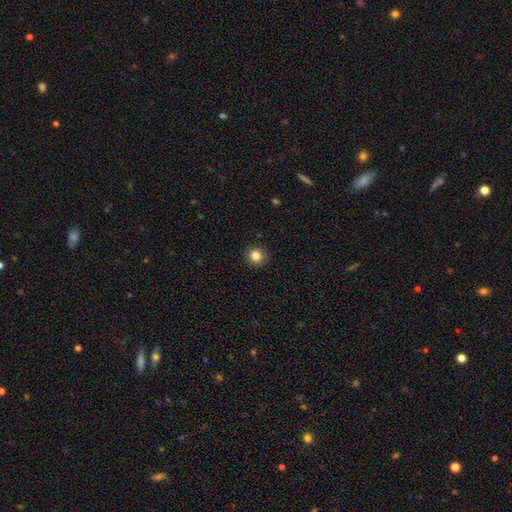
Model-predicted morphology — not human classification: Overall: smooth (84%). How rounded: round (91%). Merging: none (91%).